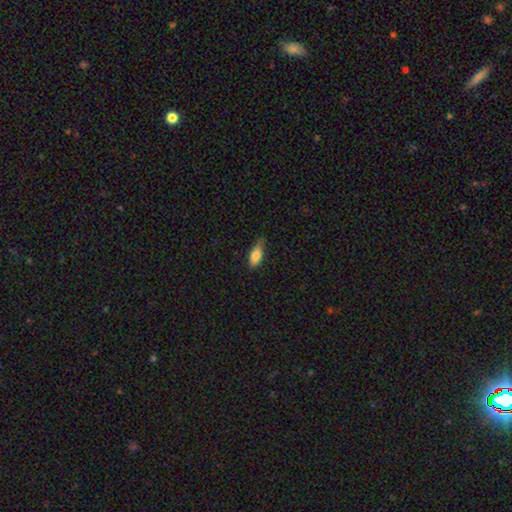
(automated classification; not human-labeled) A smooth galaxy with no disk features (81%) that is in between round and cigar-shaped (78%). Merging: none (58%).